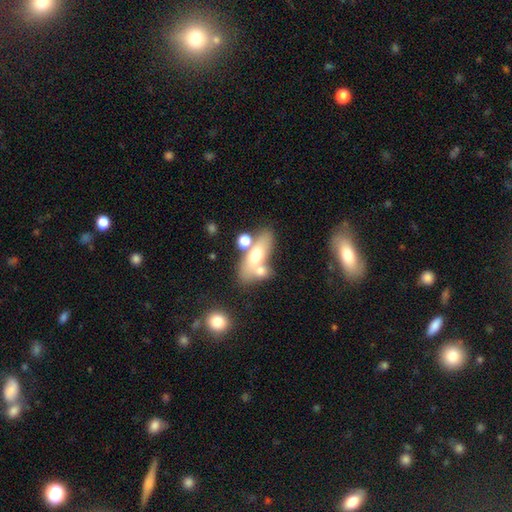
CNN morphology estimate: This is possibly a smooth galaxy (57%). How rounded: likely in between (69%). Merging: marginally none (44%).